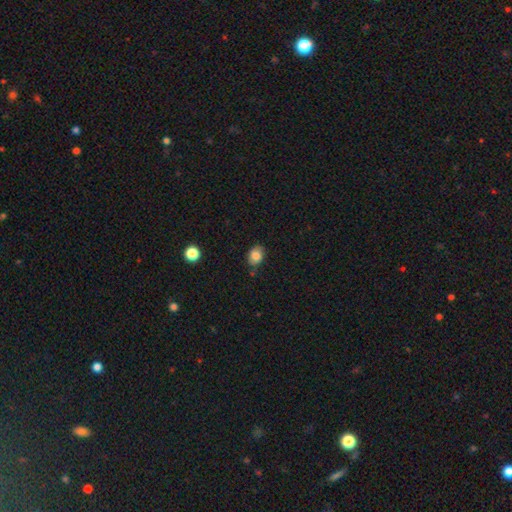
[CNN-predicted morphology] A smooth galaxy with no disk features (83%) that is in between round and cigar-shaped (63%).

Vote fractions:
- Smooth or featured? smooth: 83% / star or artifact: 9% / featured or disk: 8%
- How rounded? in between: 63% / round: 36% / cigar-shaped: 1%
- Merging? none: 74% / minor disturbance: 19% / merger: 4% / major disturbance: 3%